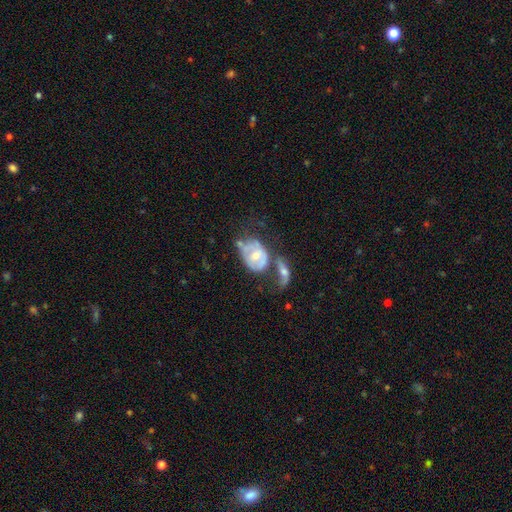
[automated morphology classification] Smooth or featured? Predicted: featured or disk (p=0.58). Edge-on disk? Predicted: no (p=0.94). Bar? Predicted: no (p=0.66). Spiral arms? Predicted: no (p=0.60). Bulge size? Predicted: moderate (p=0.59). Merging? Predicted: merger (p=0.44).